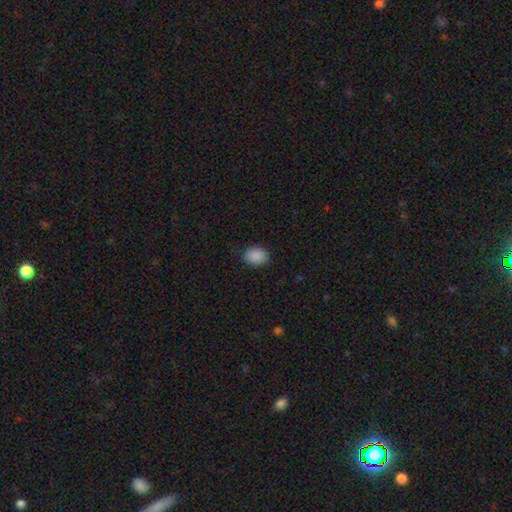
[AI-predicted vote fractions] Overall: smooth (89%). How rounded: in between (53%; round 46%). Merging: none (87%).